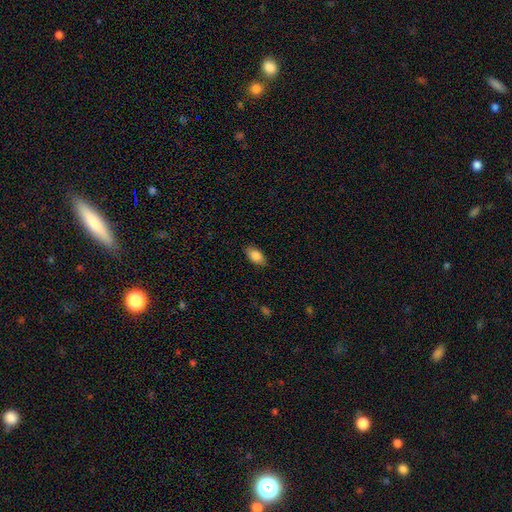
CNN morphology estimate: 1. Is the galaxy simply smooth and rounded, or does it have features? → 86% smooth, 7% star or artifact, 7% featured or disk.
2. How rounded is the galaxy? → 92% in between, 5% round, 4% cigar-shaped.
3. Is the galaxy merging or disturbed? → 84% none, 12% minor disturbance, 3% major disturbance, 1% merger.